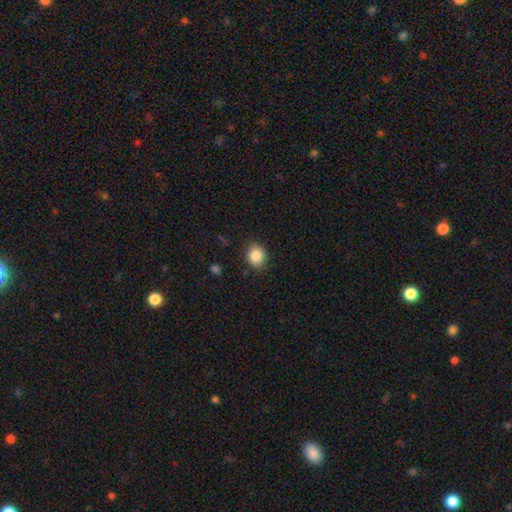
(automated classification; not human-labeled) Smooth or featured? smooth (86%)
How rounded? round (66%)
Merging? none (83%)